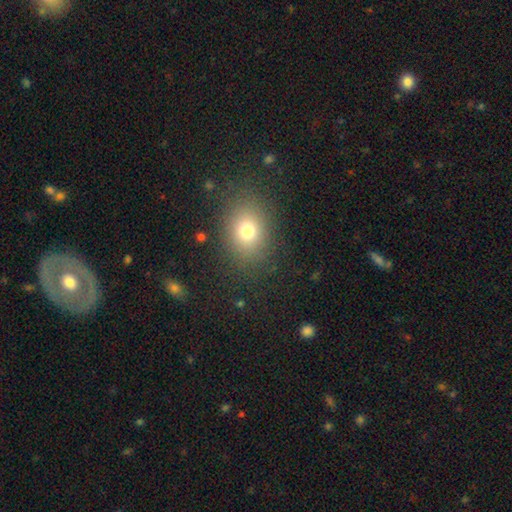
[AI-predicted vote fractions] Morphology: type=smooth (69%); roundness=in between (56%); merging=none (86%).